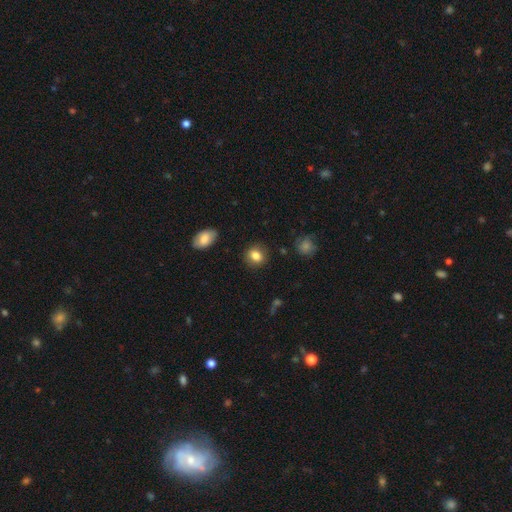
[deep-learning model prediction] smooth-or-featured: smooth: 84% | star or artifact: 9% | featured or disk: 7%
  how-rounded: round: 71% | in between: 27% | cigar-shaped: 1%
  merging: none: 87% | minor disturbance: 9% | major disturbance: 2% | merger: 2%